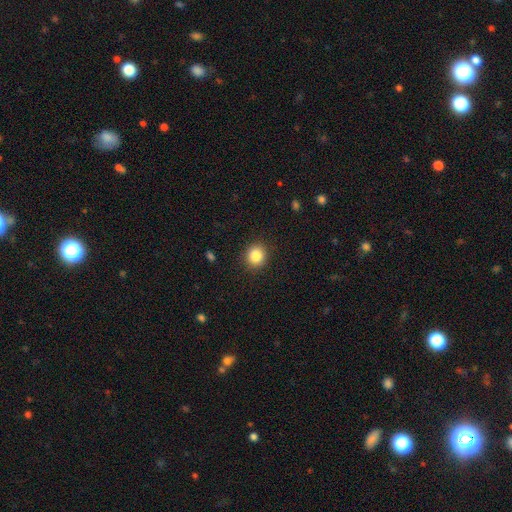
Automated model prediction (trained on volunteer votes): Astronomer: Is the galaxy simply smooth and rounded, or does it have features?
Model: smooth — 85%.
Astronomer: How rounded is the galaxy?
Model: round — 85%.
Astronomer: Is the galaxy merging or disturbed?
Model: none — 90%.